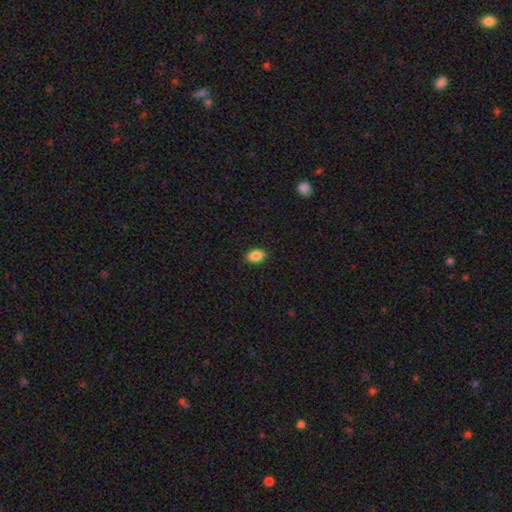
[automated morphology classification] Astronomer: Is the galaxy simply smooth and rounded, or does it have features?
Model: smooth — 88%.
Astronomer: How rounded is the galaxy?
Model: in between — 89%.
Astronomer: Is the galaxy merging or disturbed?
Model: none — 90%.